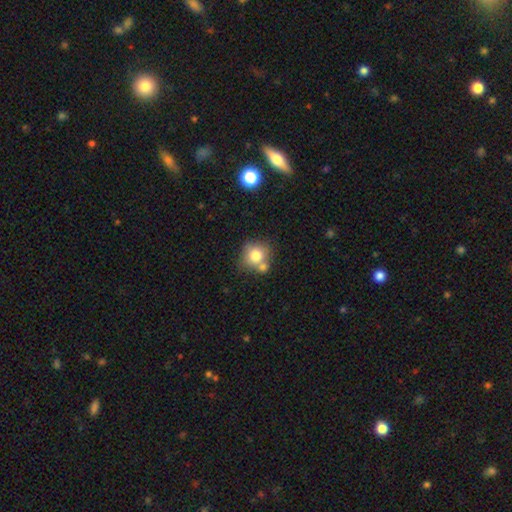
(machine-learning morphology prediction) The model was most divided on "merging": none: 51%, merger: 31%, minor disturbance: 13%, major disturbance: 4%. More confident: how rounded — round (82%); smooth or featured — smooth (77%).